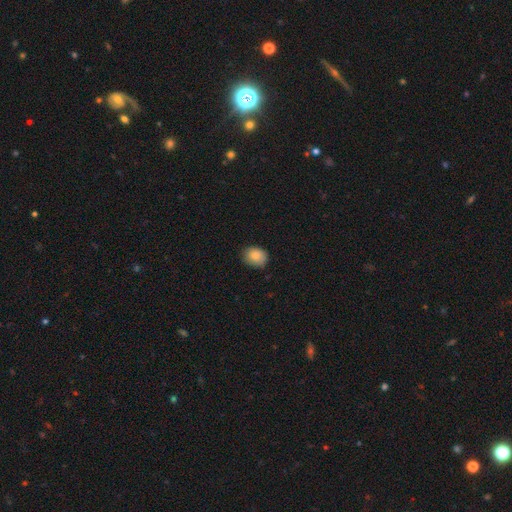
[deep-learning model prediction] The model was most divided on "how rounded": in between: 53%, round: 46%, cigar-shaped: 1%. More confident: smooth or featured — smooth (86%); merging — none (81%).